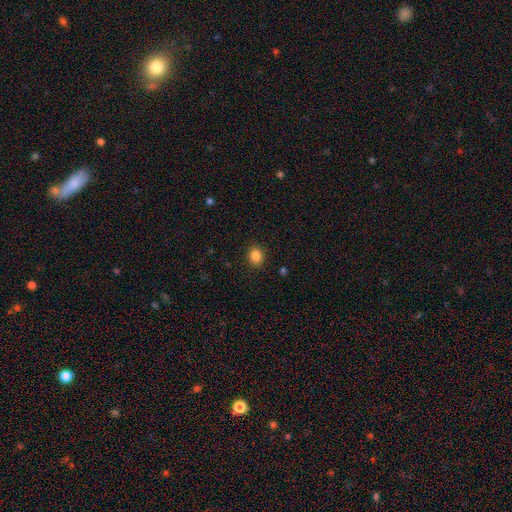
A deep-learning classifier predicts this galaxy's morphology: This is clearly a smooth galaxy (85%). How rounded: likely round (62%). Merging: clearly none (90%).